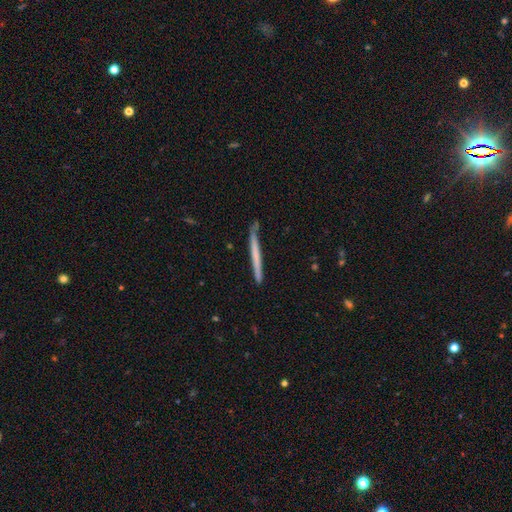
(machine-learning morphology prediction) Smooth or featured: smooth — 50% (featured or disk — 44%)
How rounded: cigar-shaped — 97% (in between — 2%)
Merging: none — 81% (minor disturbance — 14%)